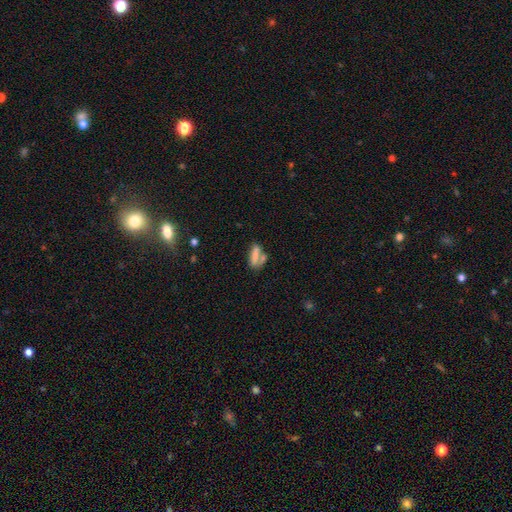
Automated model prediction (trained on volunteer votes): Smooth or featured: smooth — 72% (featured or disk — 18%)
How rounded: in between — 54% (cigar-shaped — 41%)
Merging: none — 44% (merger — 31%)